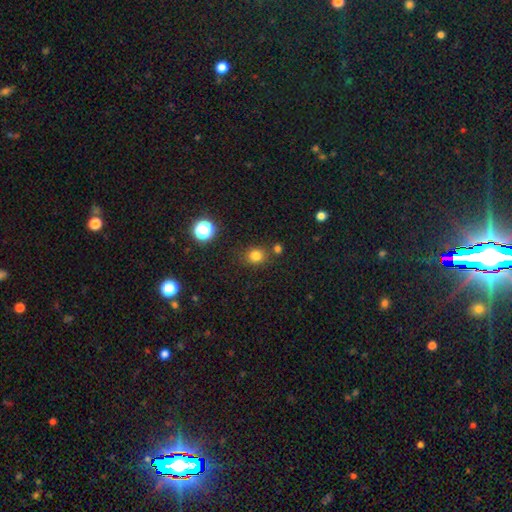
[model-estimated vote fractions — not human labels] This is likely a smooth galaxy (79%). How rounded: likely round (76%). Merging: likely none (78%).